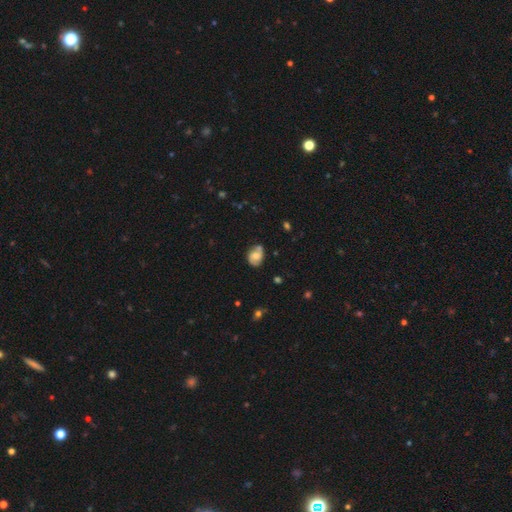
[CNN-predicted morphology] Overall: featured or disk (47%; smooth 43%). Merging: none (61%; minor disturbance 22%).